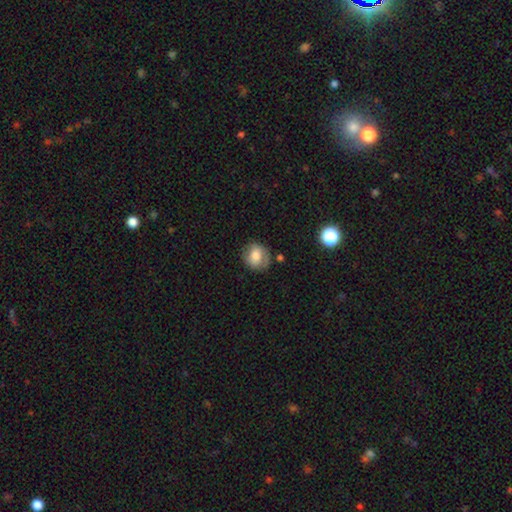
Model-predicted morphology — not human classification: Smooth or featured? Predicted: smooth (p=0.69). How rounded? Predicted: round (p=0.71). Merging? Predicted: none (p=0.73).